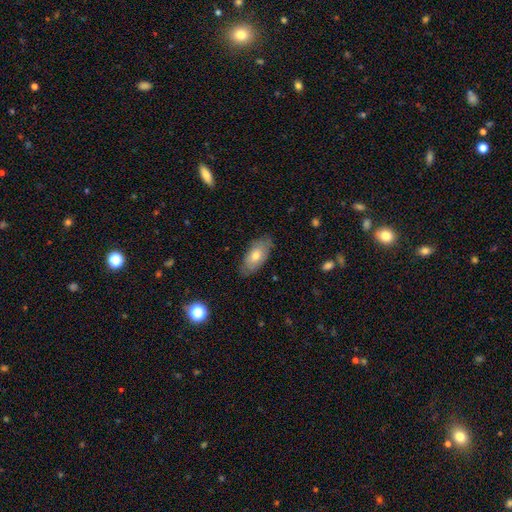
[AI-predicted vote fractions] smooth 66%, featured or disk 27%, star or artifact 7%. Down the decision tree: how rounded — in between (91%); merging — none (79%).